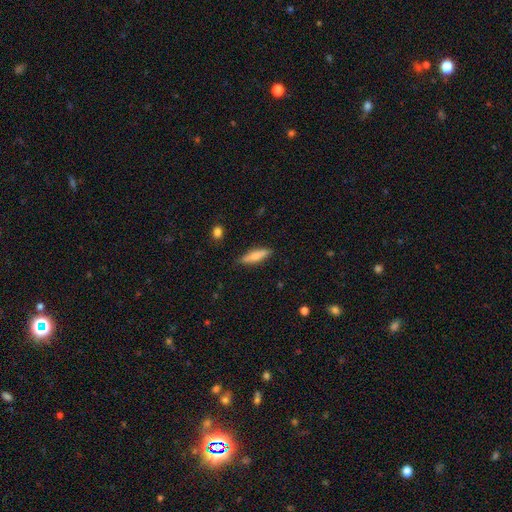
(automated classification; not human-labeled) A smooth galaxy with no disk features (69%) that is cigar-shaped (70%).

Vote fractions:
- Smooth or featured? smooth: 69% / featured or disk: 25% / star or artifact: 6%
- How rounded? cigar-shaped: 70% / in between: 28% / round: 2%
- Merging? none: 84% / minor disturbance: 12% / major disturbance: 2% / merger: 2%